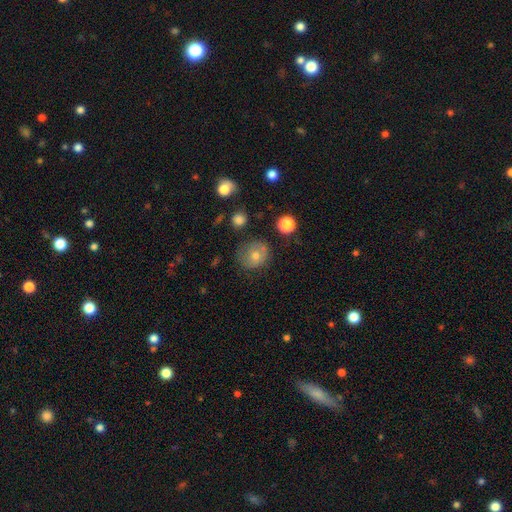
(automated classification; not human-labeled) Smooth or featured?
  - smooth: 61% *
  - featured or disk: 25%
  - star or artifact: 14%
How rounded?
  - round: 82% *
  - in between: 17%
  - cigar-shaped: 1%
Merging?
  - none: 71% *
  - minor disturbance: 20%
  - major disturbance: 7%
  - merger: 3%